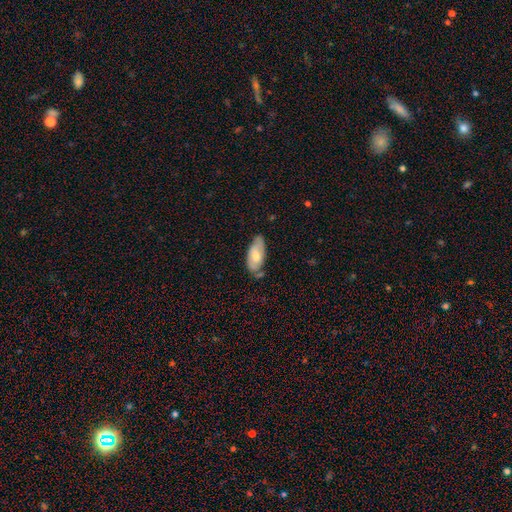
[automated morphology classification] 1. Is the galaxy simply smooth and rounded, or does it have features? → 62% smooth, 32% featured or disk, 6% star or artifact.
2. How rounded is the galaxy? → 89% in between, 8% cigar-shaped, 2% round.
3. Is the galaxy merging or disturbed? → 62% none, 27% minor disturbance, 6% merger, 5% major disturbance.